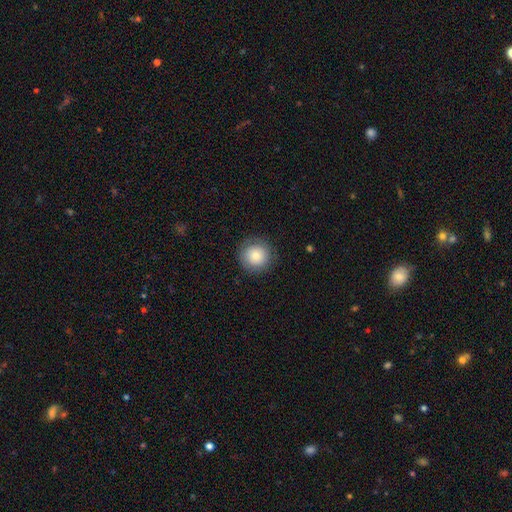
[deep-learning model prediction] Smooth or featured?
  - smooth: 80% *
  - featured or disk: 12%
  - star or artifact: 8%
How rounded?
  - round: 94% *
  - in between: 5%
  - cigar-shaped: 1%
Merging?
  - none: 87% *
  - minor disturbance: 9%
  - major disturbance: 3%
  - merger: 1%